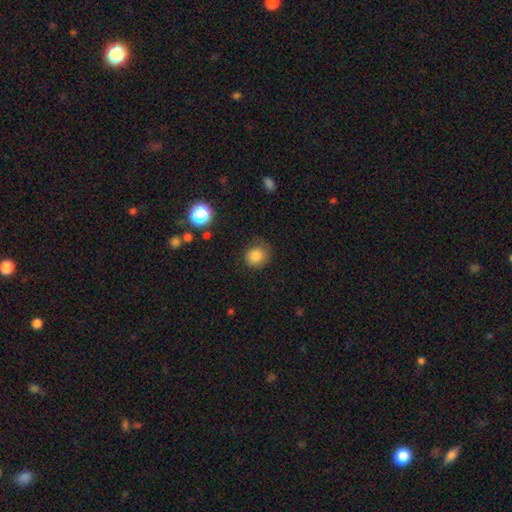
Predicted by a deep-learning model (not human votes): A smooth galaxy with no disk features (83%) that is round (81%). Merging: none (74%).